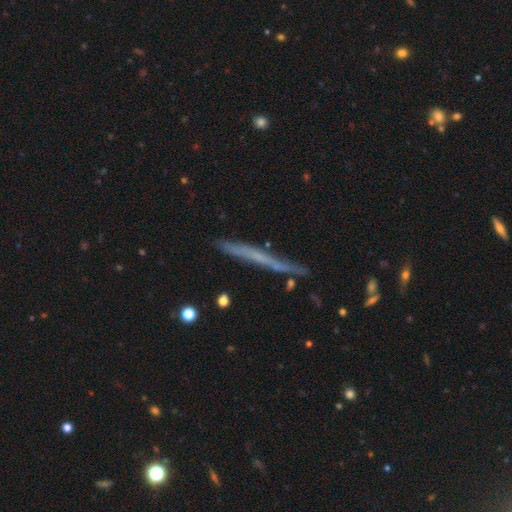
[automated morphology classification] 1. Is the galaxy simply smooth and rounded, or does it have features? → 53% featured or disk, 40% smooth, 7% star or artifact.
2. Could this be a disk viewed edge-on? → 95% yes, 5% no.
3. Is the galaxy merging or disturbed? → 81% none, 14% minor disturbance, 3% major disturbance, 3% merger.